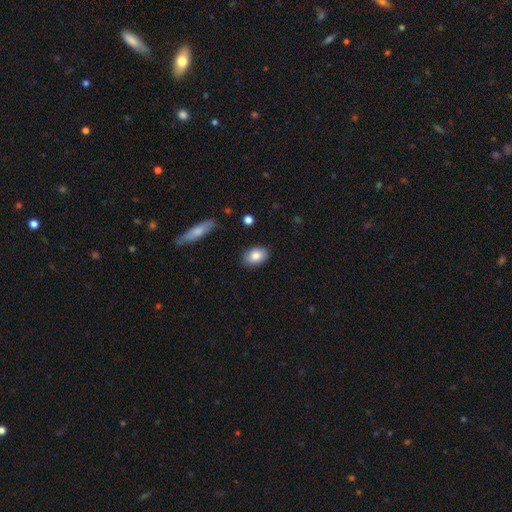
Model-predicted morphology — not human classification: Q: Smooth or featured?
A: smooth (84%); runner-up: featured or disk (9%)
Q: How rounded?
A: in between (82%); runner-up: round (16%)
Q: Merging?
A: none (86%); runner-up: minor disturbance (10%)